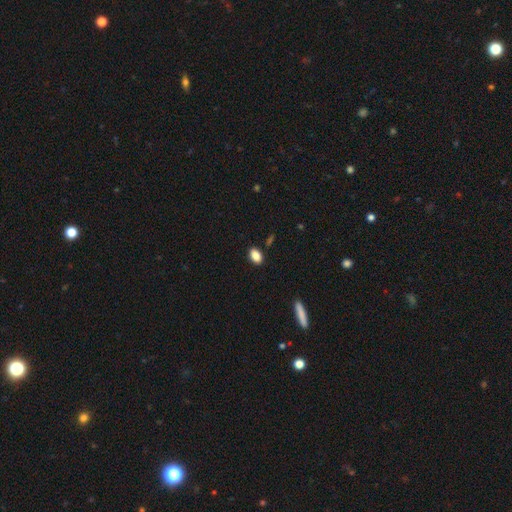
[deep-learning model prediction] A smooth galaxy with no disk features (87%) that is in between round and cigar-shaped (85%).

Vote fractions:
- Smooth or featured? smooth: 87% / star or artifact: 8% / featured or disk: 4%
- How rounded? in between: 85% / round: 13% / cigar-shaped: 2%
- Merging? none: 88% / minor disturbance: 8% / major disturbance: 2% / merger: 2%